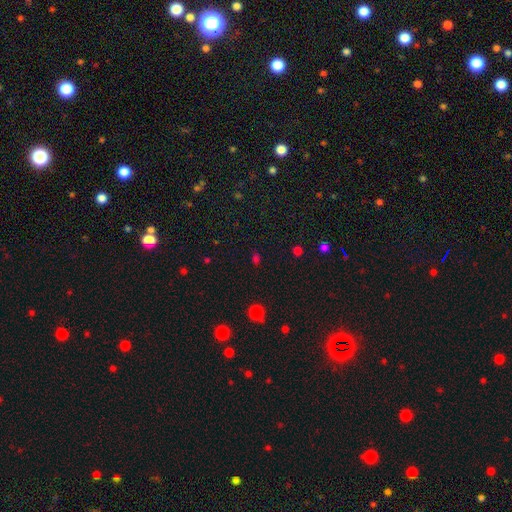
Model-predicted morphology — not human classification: Smooth or featured? Predicted: smooth (p=0.52). How rounded? Predicted: in between (p=0.52). Merging? Predicted: none (p=0.81).